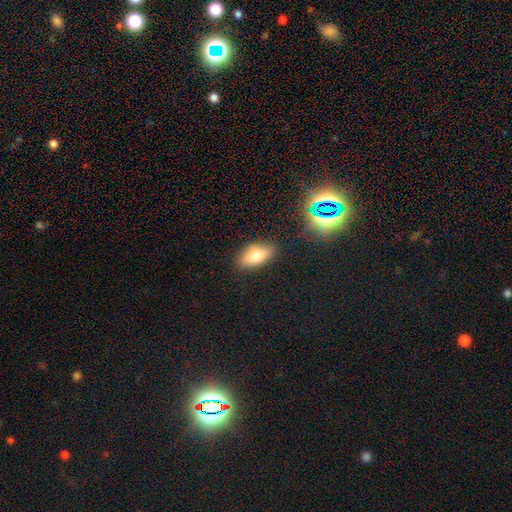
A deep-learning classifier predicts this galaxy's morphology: The model was most divided on "smooth or featured": smooth: 75%, featured or disk: 15%, star or artifact: 10%. More confident: how rounded — in between (84%); merging — none (81%).